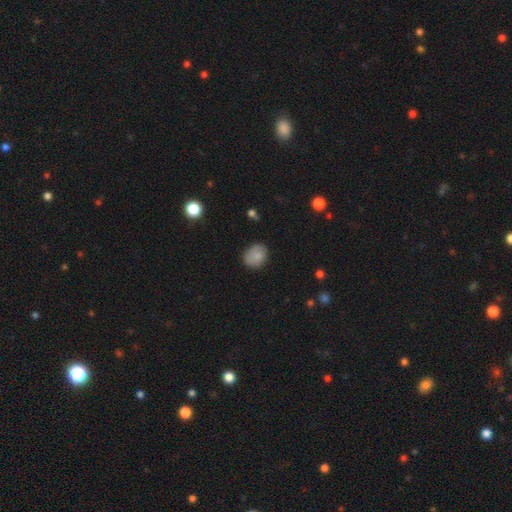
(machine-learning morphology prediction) smooth_or_featured: smooth (p=0.81) [alt: featured or disk p=0.10]
how_rounded: round (p=0.53) [alt: in between p=0.46]
merging: none (p=0.72) [alt: minor disturbance p=0.21]